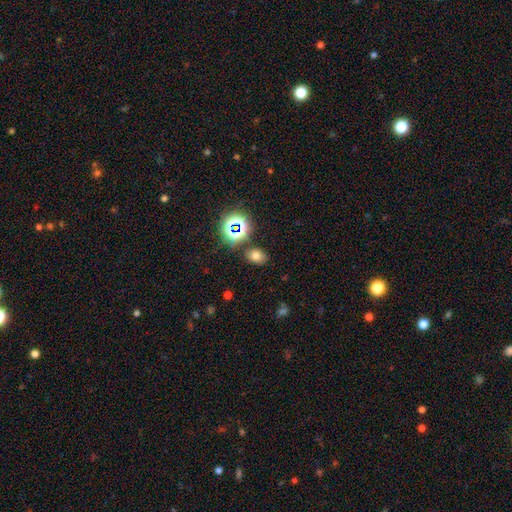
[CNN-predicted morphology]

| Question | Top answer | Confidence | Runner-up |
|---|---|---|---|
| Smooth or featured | smooth | 68% | star or artifact (22%) |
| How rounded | in between | 70% | round (29%) |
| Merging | none | 82% | minor disturbance (11%) |